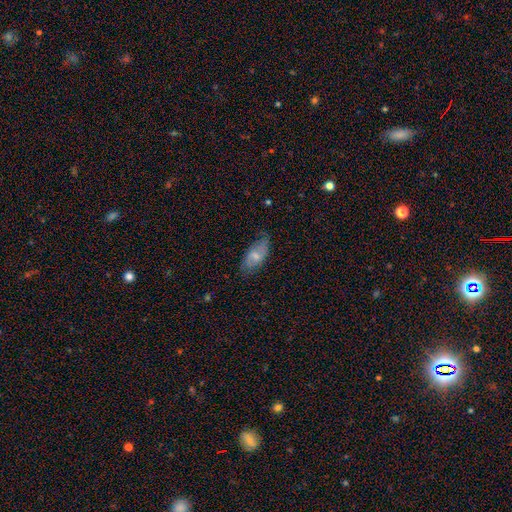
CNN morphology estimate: smooth_or_featured: smooth (p=0.57) [alt: featured or disk p=0.36]
how_rounded: in between (p=0.89) [alt: cigar-shaped p=0.08]
merging: none (p=0.68) [alt: minor disturbance p=0.24]